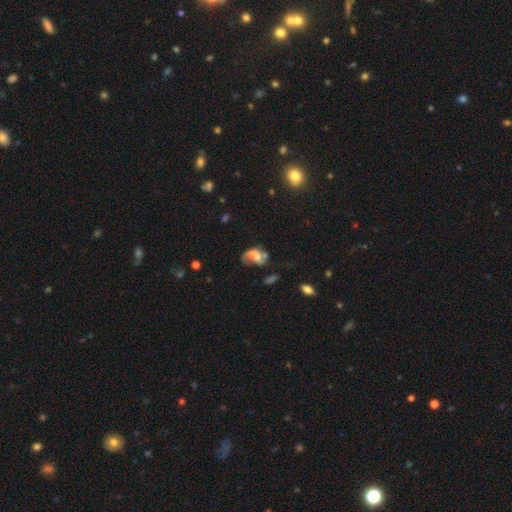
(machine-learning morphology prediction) This appears to be a smooth galaxy with no disk features (49%). Merging: major disturbance (33%).